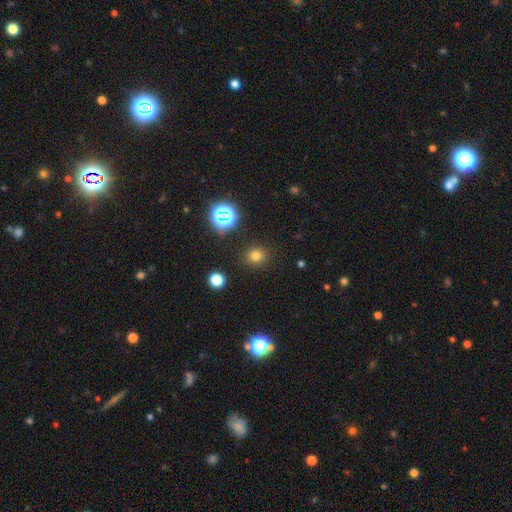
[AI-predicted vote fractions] Overall: smooth (73%). How rounded: round (80%). Merging: none (88%).